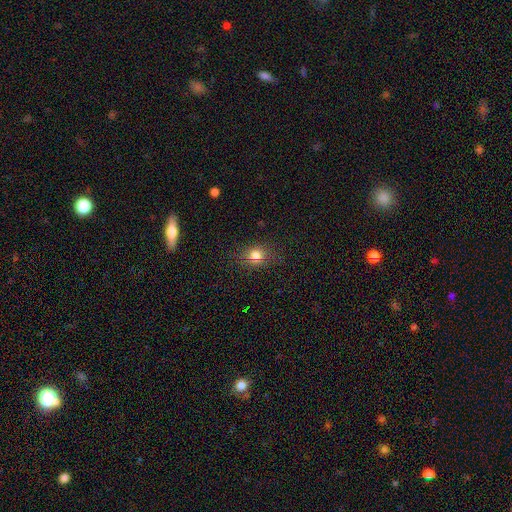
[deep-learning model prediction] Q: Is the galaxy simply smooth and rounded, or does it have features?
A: smooth — 76%.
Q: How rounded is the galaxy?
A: round — 60%.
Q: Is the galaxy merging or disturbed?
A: none — 82%.